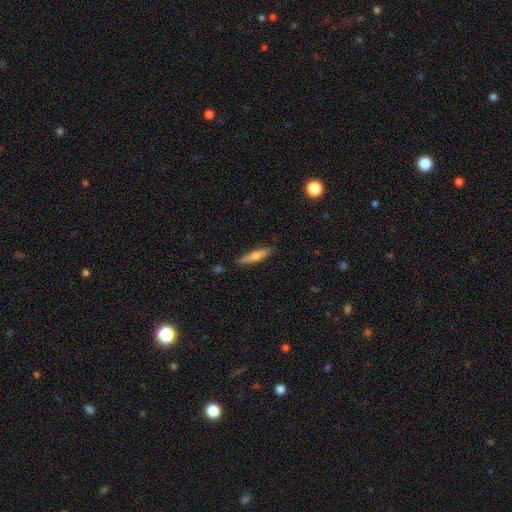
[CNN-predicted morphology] A smooth galaxy with no disk features (58%) that is cigar-shaped (85%). Merging: none (87%).